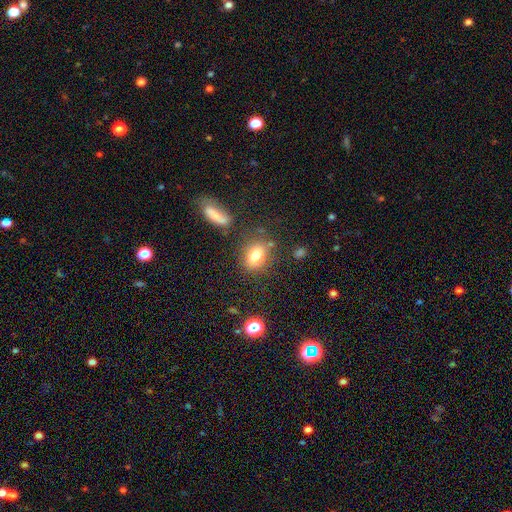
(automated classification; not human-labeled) The model was most divided on "how rounded": in between: 60%, round: 38%, cigar-shaped: 2%. More confident: smooth or featured — smooth (79%); merging — none (74%).